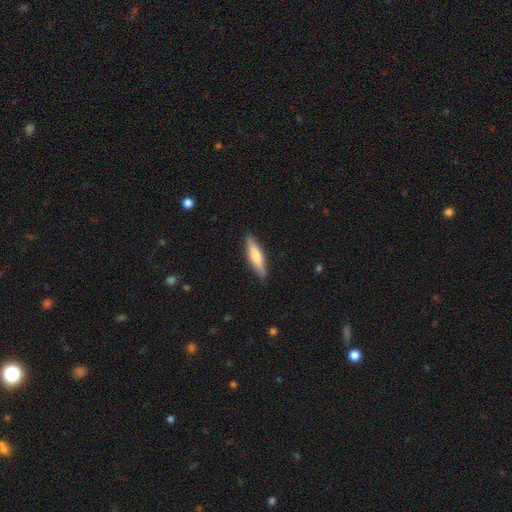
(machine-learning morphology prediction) Overall: smooth (65%; featured or disk 30%). How rounded: cigar-shaped (70%). Merging: none (88%).